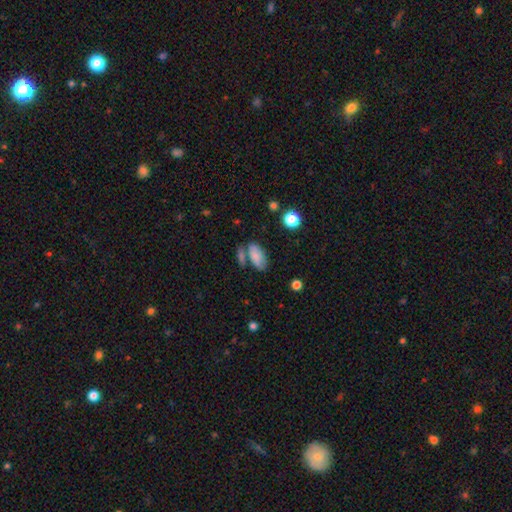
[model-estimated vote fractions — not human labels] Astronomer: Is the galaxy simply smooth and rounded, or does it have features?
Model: smooth — 79%.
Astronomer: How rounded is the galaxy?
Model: in between — 90%.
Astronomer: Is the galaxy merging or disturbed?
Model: none — 56%.